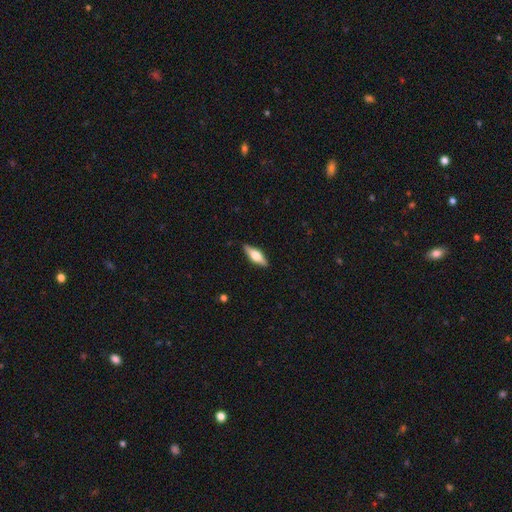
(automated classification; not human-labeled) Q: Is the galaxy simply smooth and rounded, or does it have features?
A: featured or disk — 49%.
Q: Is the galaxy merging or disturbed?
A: none — 88%.